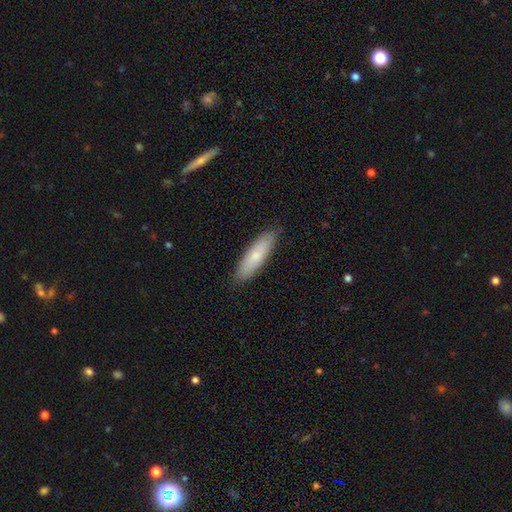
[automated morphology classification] Q: Smooth or featured?
A: smooth (74%); runner-up: featured or disk (20%)
Q: How rounded?
A: cigar-shaped (63%); runner-up: in between (36%)
Q: Merging?
A: none (87%); runner-up: minor disturbance (10%)